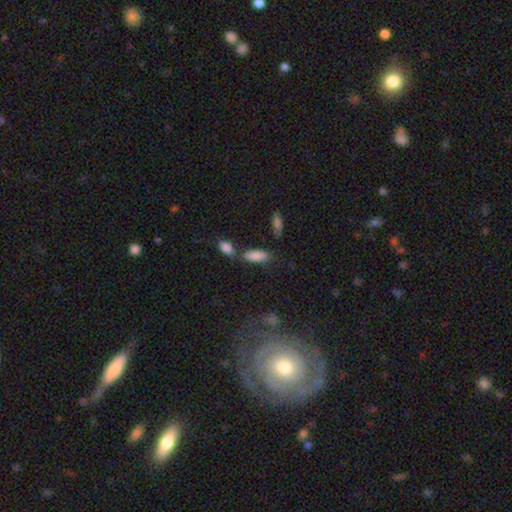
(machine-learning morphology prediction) smooth_or_featured: smooth (p=0.84) [alt: star or artifact p=0.08]
how_rounded: in between (p=0.69) [alt: cigar-shaped p=0.29]
merging: none (p=0.59) [alt: merger p=0.21]